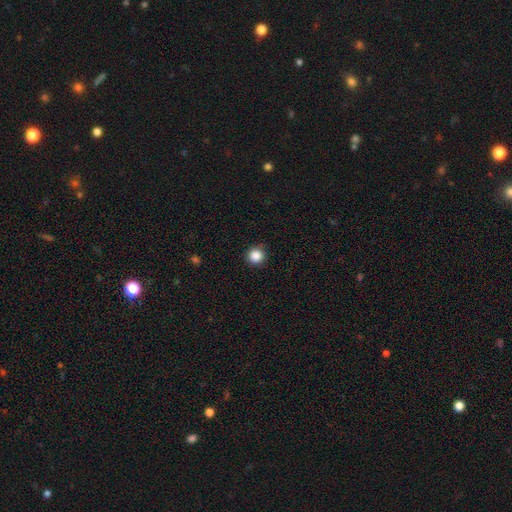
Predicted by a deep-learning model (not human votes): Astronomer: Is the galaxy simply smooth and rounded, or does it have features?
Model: smooth — 87%.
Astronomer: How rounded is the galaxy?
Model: round — 94%.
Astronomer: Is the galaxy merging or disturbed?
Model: none — 88%.